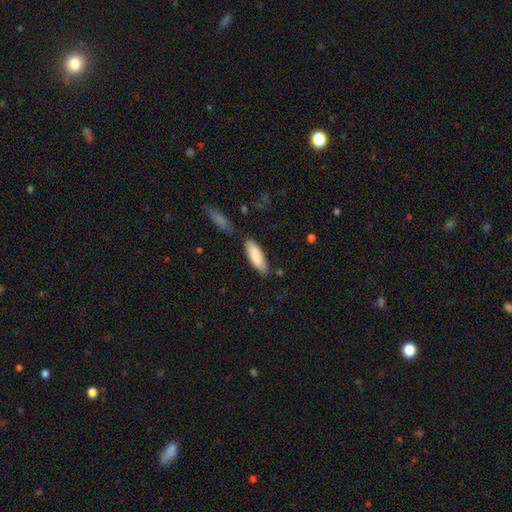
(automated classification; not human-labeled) Smooth or featured? Predicted: smooth (p=0.86). How rounded? Predicted: in between (p=0.58). Merging? Predicted: none (p=0.77).